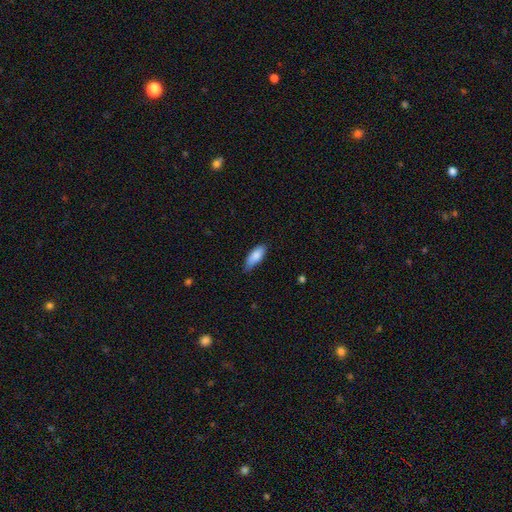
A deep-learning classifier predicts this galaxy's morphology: smooth 86%, featured or disk 8%, star or artifact 6%. Down the decision tree: how rounded — in between (74%); merging — none (68%).